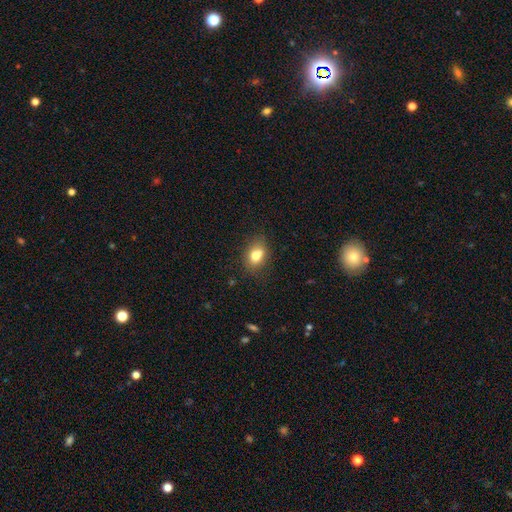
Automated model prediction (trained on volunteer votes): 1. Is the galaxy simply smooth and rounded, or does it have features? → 76% smooth, 14% featured or disk, 11% star or artifact.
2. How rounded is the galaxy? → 68% in between, 30% round, 2% cigar-shaped.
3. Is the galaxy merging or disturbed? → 67% none, 19% minor disturbance, 10% merger, 5% major disturbance.